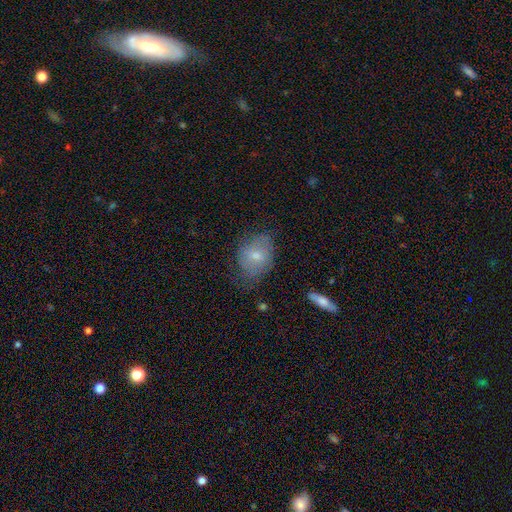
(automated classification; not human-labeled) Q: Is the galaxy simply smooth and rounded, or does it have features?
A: smooth — 58%.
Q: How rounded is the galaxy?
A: in between — 66%.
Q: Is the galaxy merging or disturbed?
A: none — 57%.